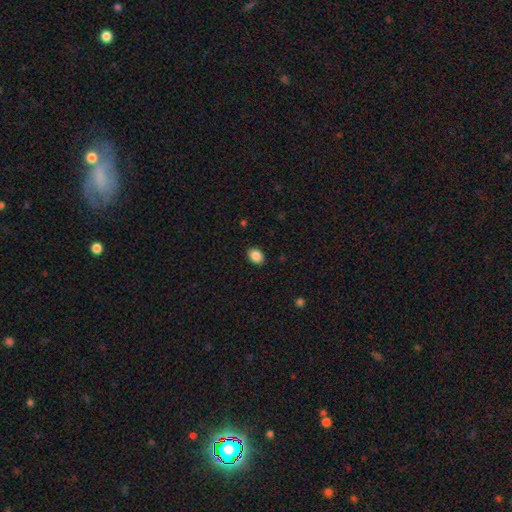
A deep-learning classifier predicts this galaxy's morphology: Overall: smooth (88%). How rounded: in between (67%; round 32%). Merging: none (89%).